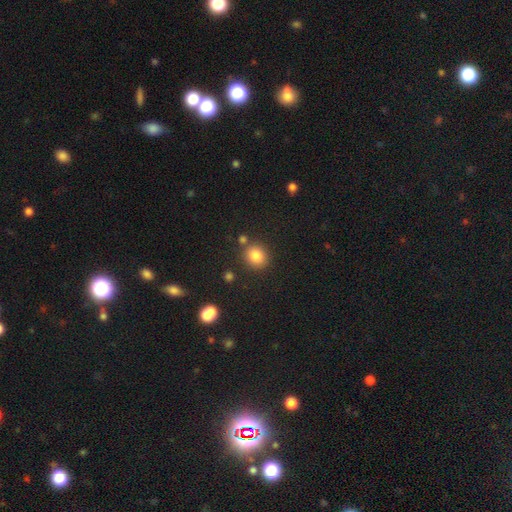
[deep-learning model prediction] smooth_or_featured: smooth (p=0.83) [alt: star or artifact p=0.11]
how_rounded: round (p=0.78) [alt: in between p=0.21]
merging: none (p=0.78) [alt: minor disturbance p=0.10]